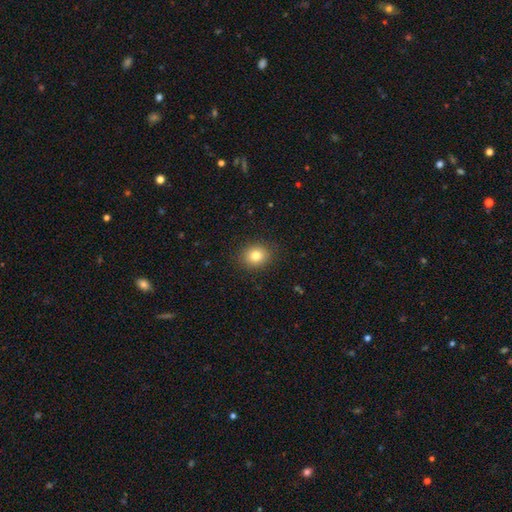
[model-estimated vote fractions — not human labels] A smooth galaxy with no disk features (80%) that is round (74%). Merging: none (89%).